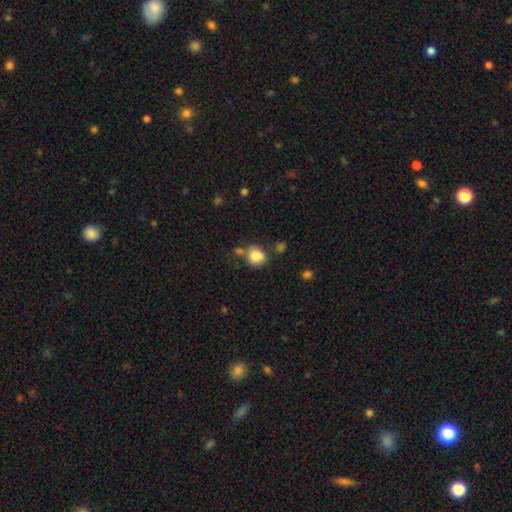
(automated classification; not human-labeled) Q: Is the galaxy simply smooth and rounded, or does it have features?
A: smooth — 80%.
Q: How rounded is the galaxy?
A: round — 70%.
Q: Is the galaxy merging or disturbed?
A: none — 56%.